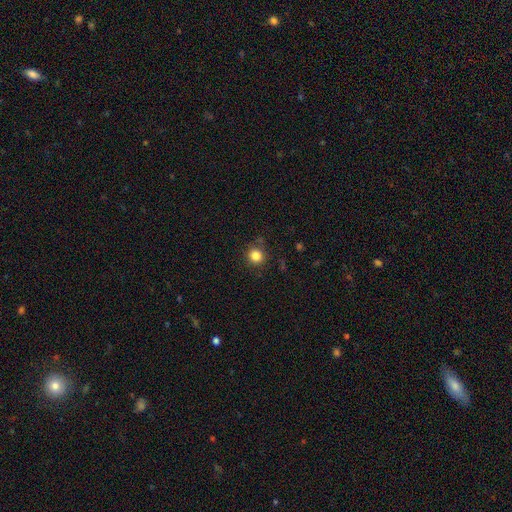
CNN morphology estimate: Smooth or featured?
  - smooth: 84% *
  - star or artifact: 11%
  - featured or disk: 5%
How rounded?
  - round: 91% *
  - in between: 8%
  - cigar-shaped: 1%
Merging?
  - none: 86% *
  - minor disturbance: 9%
  - major disturbance: 3%
  - merger: 2%